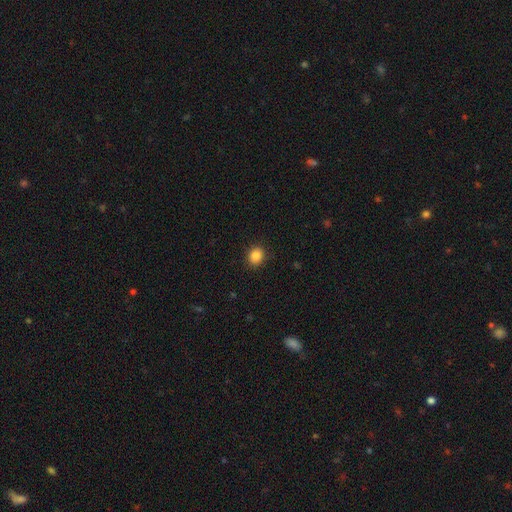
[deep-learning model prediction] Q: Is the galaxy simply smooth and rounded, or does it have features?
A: smooth — 86%.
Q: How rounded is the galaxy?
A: round — 70%.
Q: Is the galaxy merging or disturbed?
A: none — 90%.